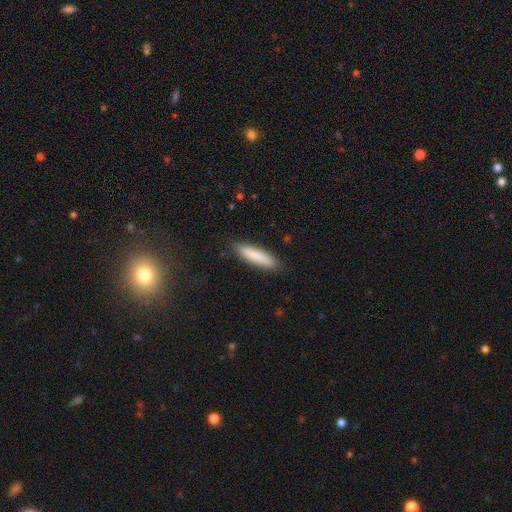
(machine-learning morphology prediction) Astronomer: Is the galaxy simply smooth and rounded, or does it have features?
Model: smooth — 85%.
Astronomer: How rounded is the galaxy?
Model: cigar-shaped — 80%.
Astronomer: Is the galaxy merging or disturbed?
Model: none — 88%.